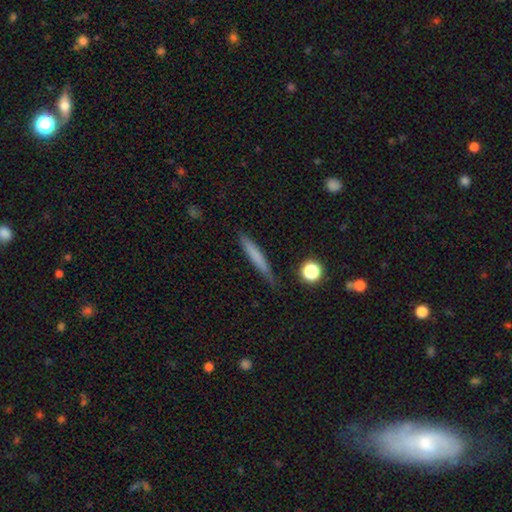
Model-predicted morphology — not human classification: Smooth or featured? Predicted: smooth (p=0.71). How rounded? Predicted: cigar-shaped (p=0.94). Merging? Predicted: none (p=0.80).